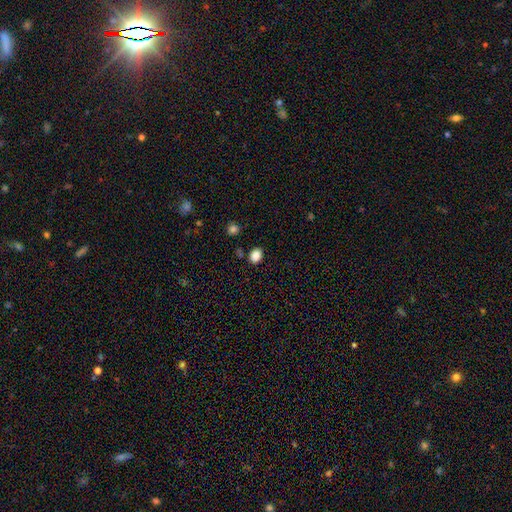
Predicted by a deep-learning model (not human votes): Q: Smooth or featured?
A: smooth (86%); runner-up: star or artifact (10%)
Q: How rounded?
A: in between (63%); runner-up: round (36%)
Q: Merging?
A: none (85%); runner-up: minor disturbance (9%)